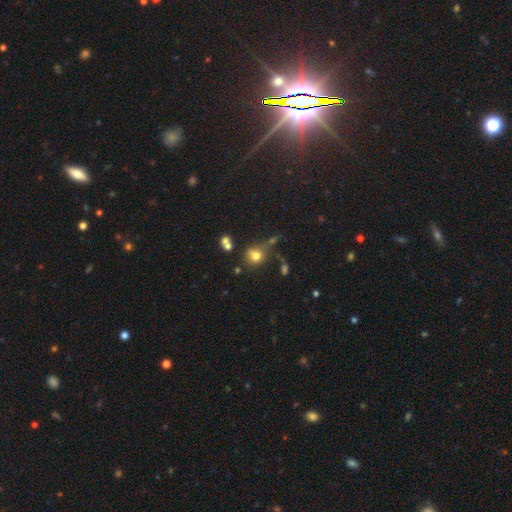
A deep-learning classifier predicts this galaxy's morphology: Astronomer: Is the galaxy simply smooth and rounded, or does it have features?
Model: smooth — 73%.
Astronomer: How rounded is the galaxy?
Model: round — 76%.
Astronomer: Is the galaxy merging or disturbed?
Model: none — 52%.